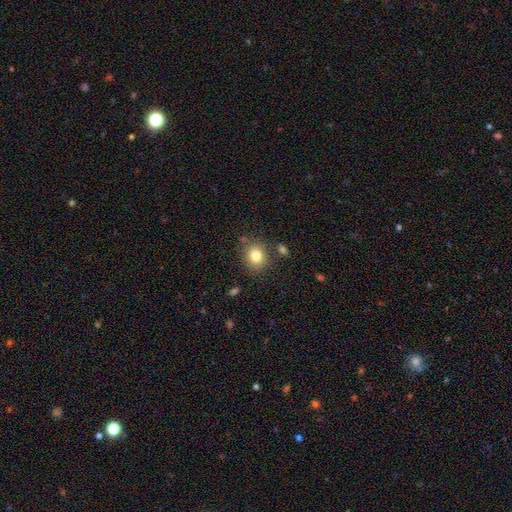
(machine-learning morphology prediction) The model was most divided on "how rounded": round: 70%, in between: 29%, cigar-shaped: 1%. More confident: smooth or featured — smooth (81%); merging — none (80%).